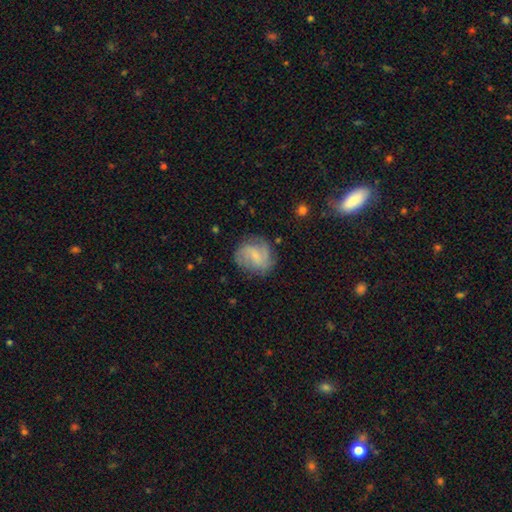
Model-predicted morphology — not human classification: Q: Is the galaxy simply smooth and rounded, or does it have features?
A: featured or disk — 64%.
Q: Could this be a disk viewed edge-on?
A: no — 98%.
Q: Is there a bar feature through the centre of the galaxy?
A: weak — 50%.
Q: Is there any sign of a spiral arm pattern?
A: yes — 90%.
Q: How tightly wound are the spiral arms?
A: medium — 45%.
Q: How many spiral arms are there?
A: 2 — 45%.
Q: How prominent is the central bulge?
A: small — 64%.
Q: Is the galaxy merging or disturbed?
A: none — 71%.